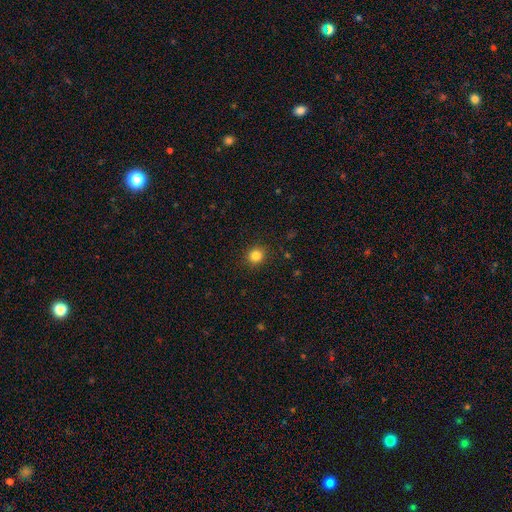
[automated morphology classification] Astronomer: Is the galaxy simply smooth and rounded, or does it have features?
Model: smooth — 83%.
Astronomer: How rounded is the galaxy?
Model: round — 87%.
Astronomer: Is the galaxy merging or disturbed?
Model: none — 90%.